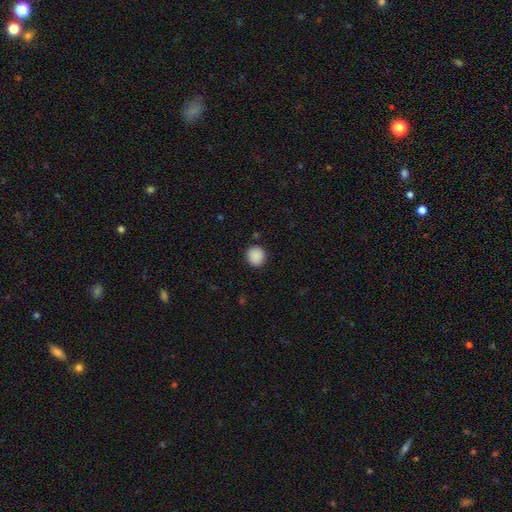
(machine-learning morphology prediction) Smooth or featured? Predicted: smooth (p=0.89). How rounded? Predicted: round (p=0.88). Merging? Predicted: none (p=0.89).